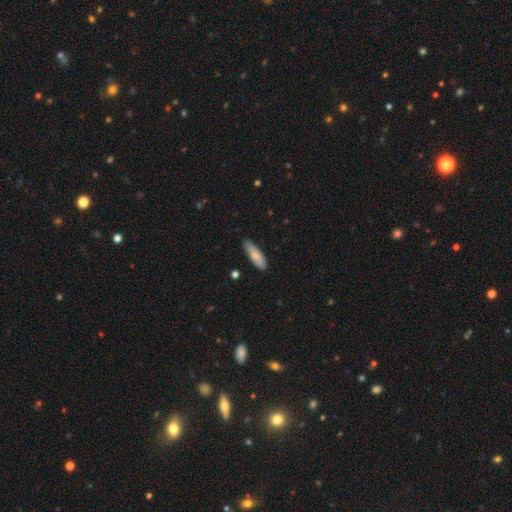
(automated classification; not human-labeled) smooth-or-featured: smooth: 83% | featured or disk: 11% | star or artifact: 6%
  how-rounded: cigar-shaped: 60% | in between: 39% | round: 2%
  merging: none: 85% | minor disturbance: 12% | major disturbance: 2% | merger: 1%